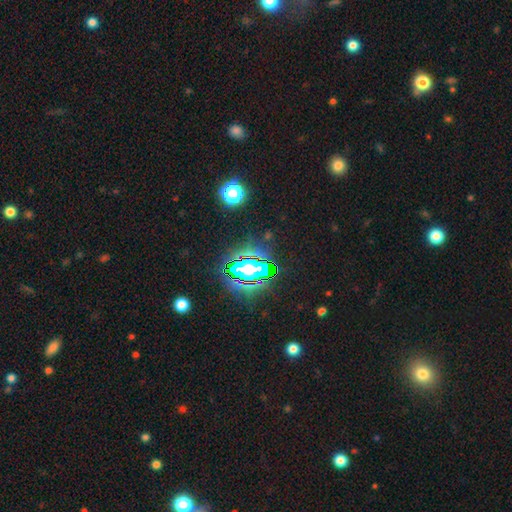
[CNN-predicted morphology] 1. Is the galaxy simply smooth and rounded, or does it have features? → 83% star or artifact, 10% smooth, 7% featured or disk.